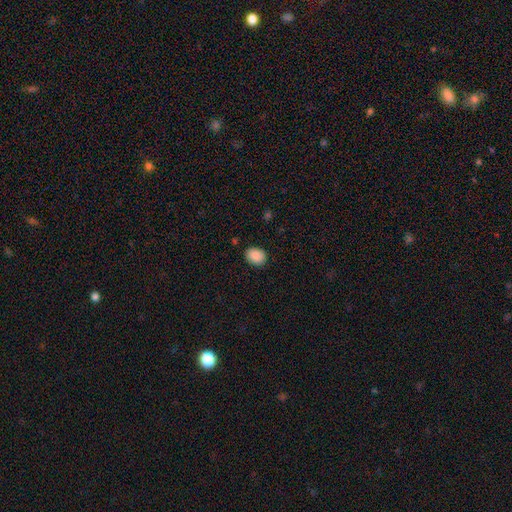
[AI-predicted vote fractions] This is clearly a smooth galaxy (89%). How rounded: likely in between (61%). Merging: clearly none (86%).